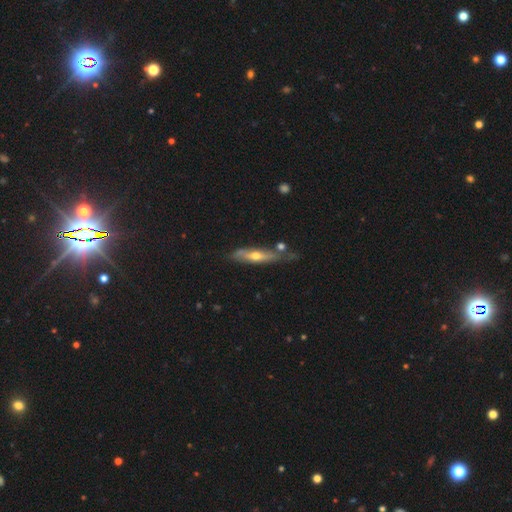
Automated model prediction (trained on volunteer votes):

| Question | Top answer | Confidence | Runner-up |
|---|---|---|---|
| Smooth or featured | featured or disk | 60% | smooth (34%) |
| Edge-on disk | yes | 72% | no (28%) |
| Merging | none | 60% | minor disturbance (25%) |